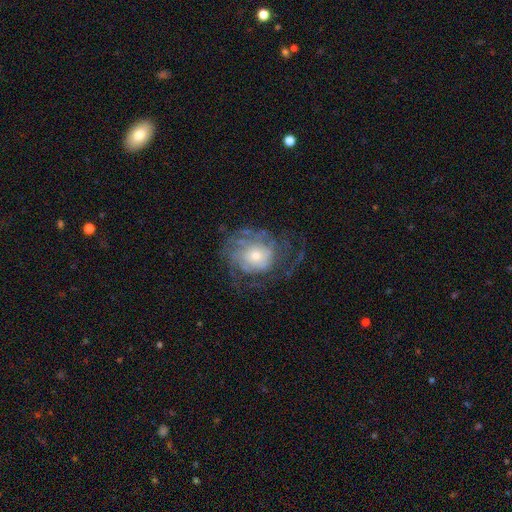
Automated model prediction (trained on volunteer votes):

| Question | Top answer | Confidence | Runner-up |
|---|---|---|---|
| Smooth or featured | featured or disk | 76% | smooth (17%) |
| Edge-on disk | no | 97% | yes (3%) |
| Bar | no | 79% | weak (18%) |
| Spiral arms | yes | 86% | no (14%) |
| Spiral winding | tight | 54% | medium (31%) |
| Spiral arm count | can't tell | 47% | 2 (16%) |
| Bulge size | moderate | 46% | small (41%) |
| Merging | none | 60% | major disturbance (22%) |